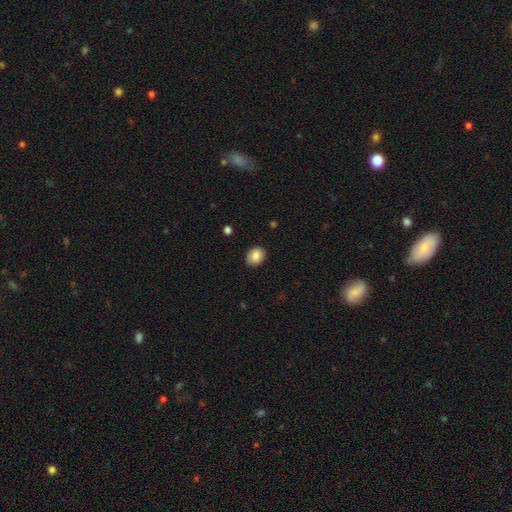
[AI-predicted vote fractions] A smooth galaxy with no disk features (86%) that is round (54%). Merging: none (88%).